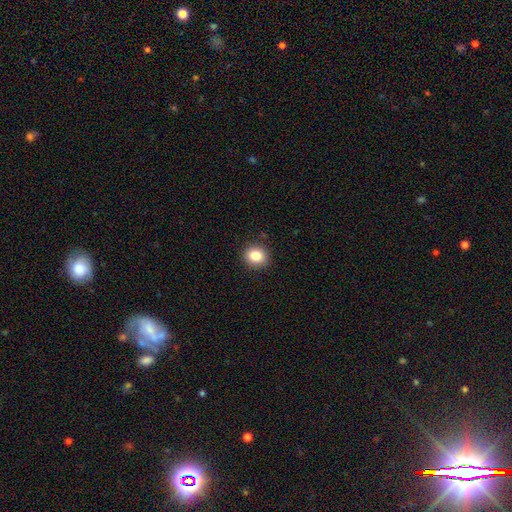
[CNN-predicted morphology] A smooth galaxy with no disk features (84%) that is round (82%). Merging: none (90%).